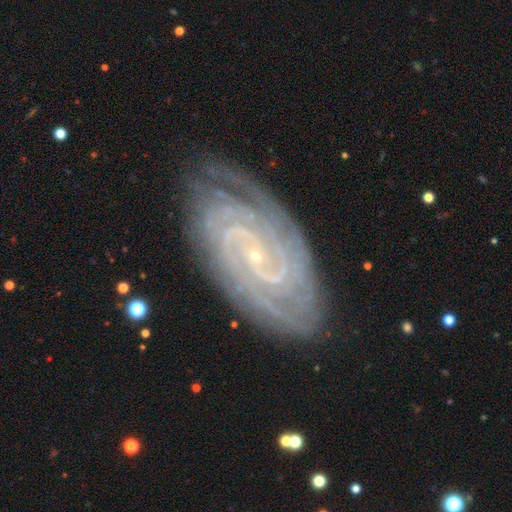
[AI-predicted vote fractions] Smooth or featured?
  - featured or disk: 89% *
  - star or artifact: 6%
  - smooth: 5%
Edge-on disk?
  - no: 96% *
  - yes: 4%
Bar?
  - no: 50% *
  - weak: 34%
  - strong: 16%
Spiral arms?
  - yes: 98% *
  - no: 2%
Spiral winding?
  - tight: 81% *
  - medium: 16%
  - loose: 3%
Spiral arm count?
  - 2: 20% * (tied)
  - can't tell: 20% * (tied)
  - 4: 20% * (tied)
  - 3: 16%
  - more than 4: 15%
  - 1: 8%
Bulge size?
  - small: 88% *
  - moderate: 8%
  - none: 2%
  - large: 1%
  - dominant: 1%
Merging?
  - none: 81% *
  - minor disturbance: 14%
  - major disturbance: 4%
  - merger: 1%